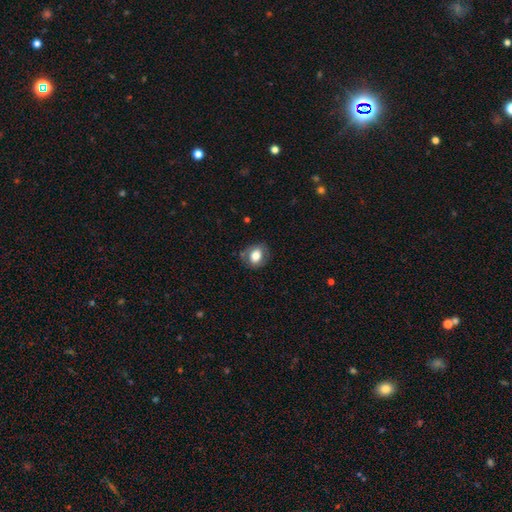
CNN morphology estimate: Q: Smooth or featured?
A: smooth (73%); runner-up: featured or disk (19%)
Q: How rounded?
A: in between (52%); runner-up: round (47%)
Q: Merging?
A: none (76%); runner-up: minor disturbance (17%)